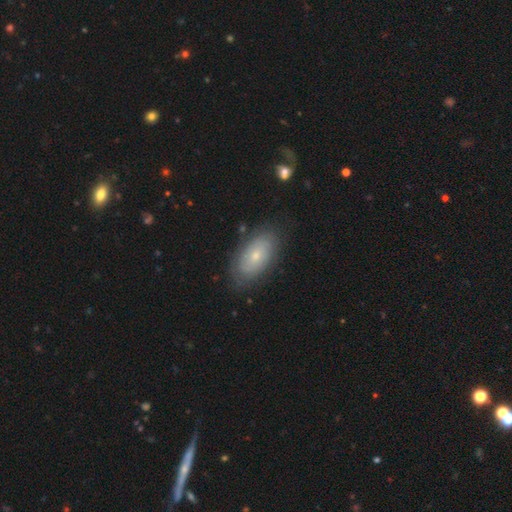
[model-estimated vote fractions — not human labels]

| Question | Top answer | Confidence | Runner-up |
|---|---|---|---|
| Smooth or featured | smooth | 49% | featured or disk (44%) |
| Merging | none | 78% | minor disturbance (16%) |